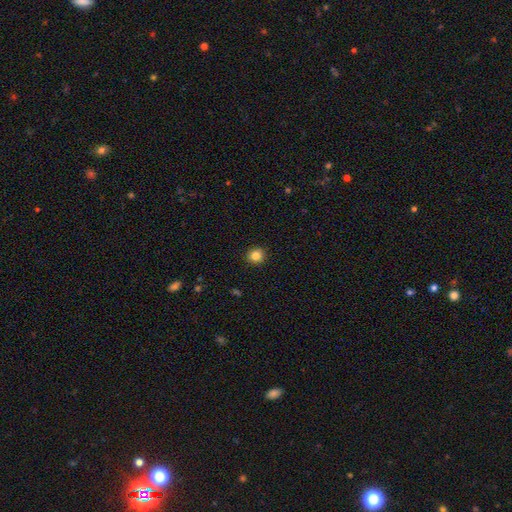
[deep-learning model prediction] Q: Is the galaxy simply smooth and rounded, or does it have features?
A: smooth — 84%.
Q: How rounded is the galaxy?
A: round — 90%.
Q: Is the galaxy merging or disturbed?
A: none — 92%.